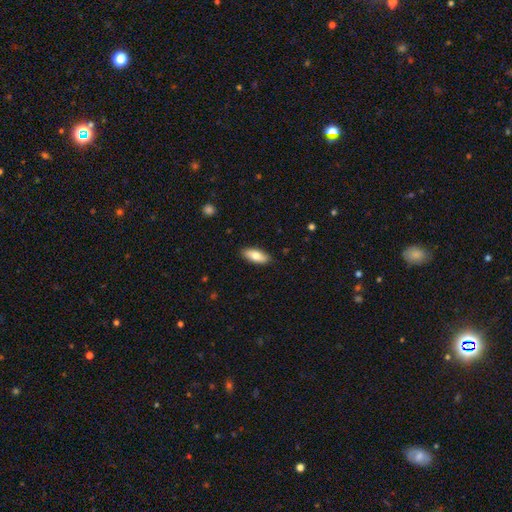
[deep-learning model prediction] Q: Smooth or featured?
A: smooth (78%); runner-up: featured or disk (16%)
Q: How rounded?
A: in between (82%); runner-up: cigar-shaped (16%)
Q: Merging?
A: none (89%); runner-up: minor disturbance (8%)